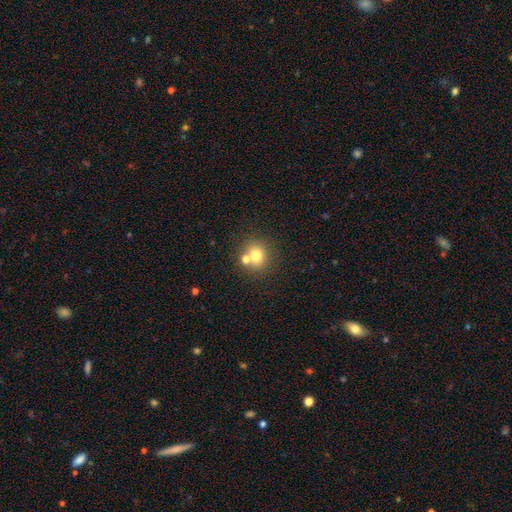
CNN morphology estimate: Overall: smooth (74%). How rounded: round (83%). Merging: none (62%; merger 27%).